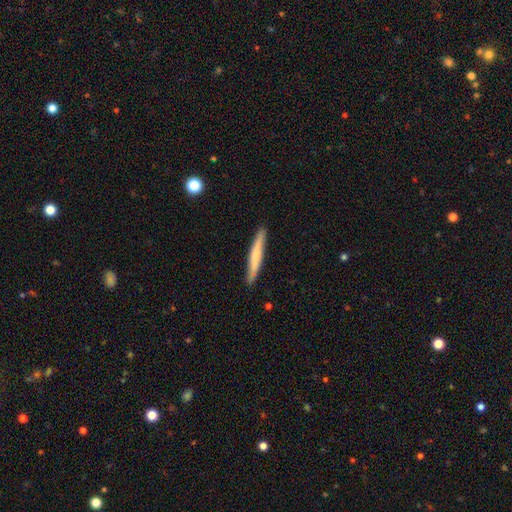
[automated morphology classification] Overall: smooth (58%; featured or disk 37%). How rounded: cigar-shaped (96%). Merging: none (89%).